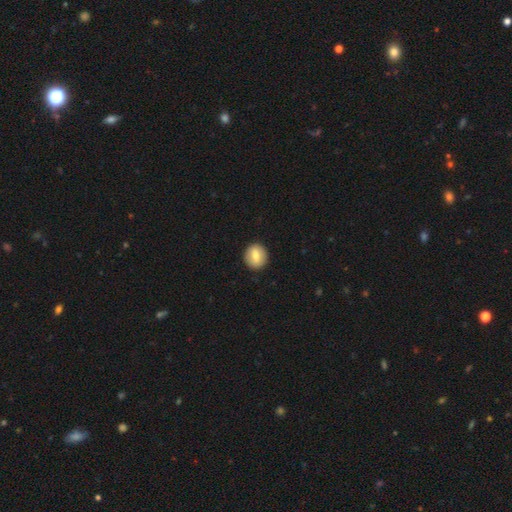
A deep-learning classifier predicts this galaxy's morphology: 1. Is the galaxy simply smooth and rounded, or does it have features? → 72% smooth, 21% featured or disk, 8% star or artifact.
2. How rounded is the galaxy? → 87% round, 12% in between, 1% cigar-shaped.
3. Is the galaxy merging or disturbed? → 91% none, 6% minor disturbance, 2% major disturbance, 1% merger.